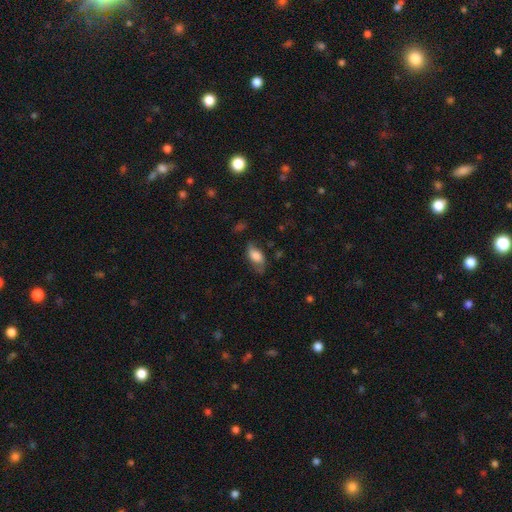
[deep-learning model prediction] The model was most divided on "merging": none: 58%, minor disturbance: 27%, major disturbance: 13%, merger: 2%. More confident: how rounded — in between (87%); smooth or featured — smooth (65%).